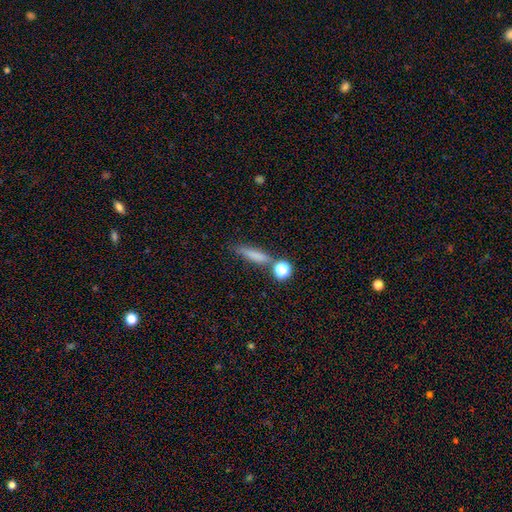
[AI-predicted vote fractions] Smooth or featured?
  - smooth: 73% *
  - featured or disk: 16%
  - star or artifact: 11%
How rounded?
  - cigar-shaped: 73% *
  - in between: 20%
  - round: 7%
Merging?
  - none: 66% *
  - minor disturbance: 14%
  - merger: 14%
  - major disturbance: 6%